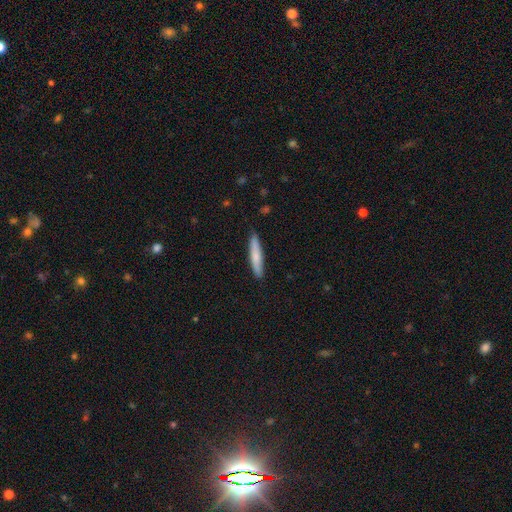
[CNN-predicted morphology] smooth_or_featured: smooth (p=0.73) [alt: featured or disk p=0.22]
how_rounded: cigar-shaped (p=0.91) [alt: in between p=0.07]
merging: none (p=0.89) [alt: minor disturbance p=0.09]